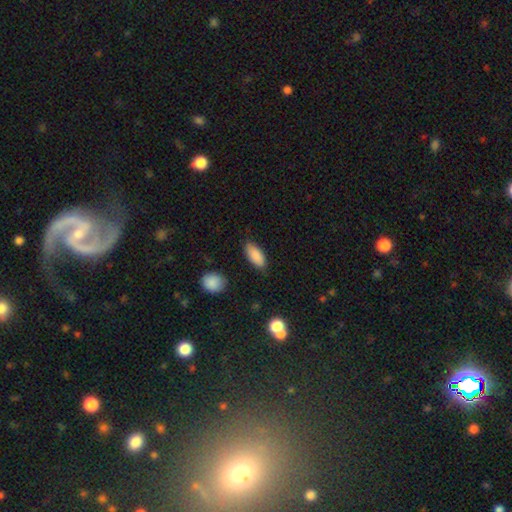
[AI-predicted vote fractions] Smooth or featured? Predicted: smooth (p=0.88). How rounded? Predicted: in between (p=0.87). Merging? Predicted: none (p=0.83).